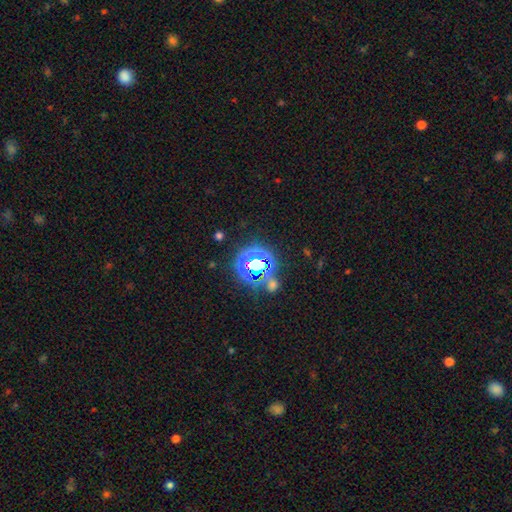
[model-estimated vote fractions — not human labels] smooth_or_featured: star or artifact (p=0.72) [alt: smooth p=0.18]